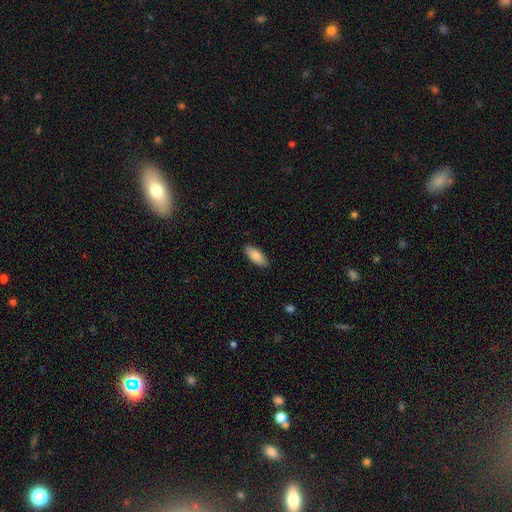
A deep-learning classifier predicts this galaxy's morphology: The model was most divided on "how rounded": in between: 83%, cigar-shaped: 15%, round: 2%. More confident: merging — none (88%); smooth or featured — smooth (87%).